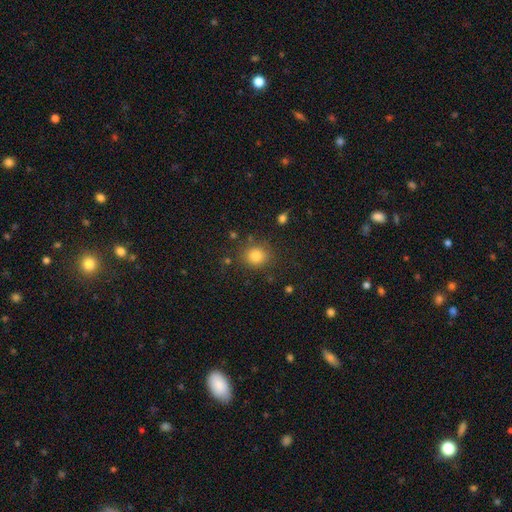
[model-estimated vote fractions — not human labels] A smooth galaxy with no disk features (83%) that is round (79%).

Vote fractions:
- Smooth or featured? smooth: 83% / star or artifact: 12% / featured or disk: 5%
- How rounded? round: 79% / in between: 20% / cigar-shaped: 1%
- Merging? none: 81% / minor disturbance: 12% / major disturbance: 4% / merger: 3%